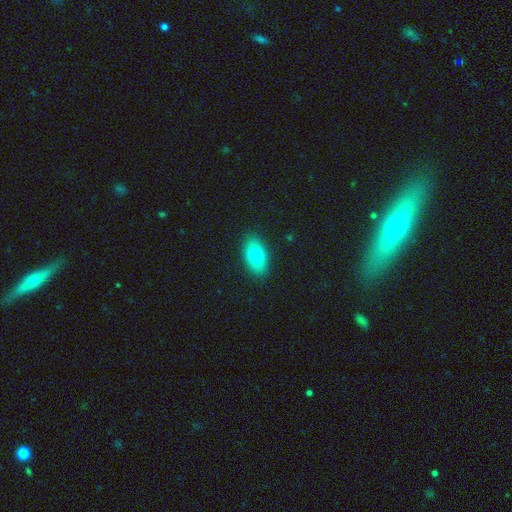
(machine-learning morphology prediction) Smooth or featured?
  - smooth: 76% *
  - featured or disk: 16%
  - star or artifact: 8%
How rounded?
  - in between: 90% *
  - round: 7%
  - cigar-shaped: 3%
Merging?
  - none: 88% *
  - minor disturbance: 8%
  - major disturbance: 2%
  - merger: 1%